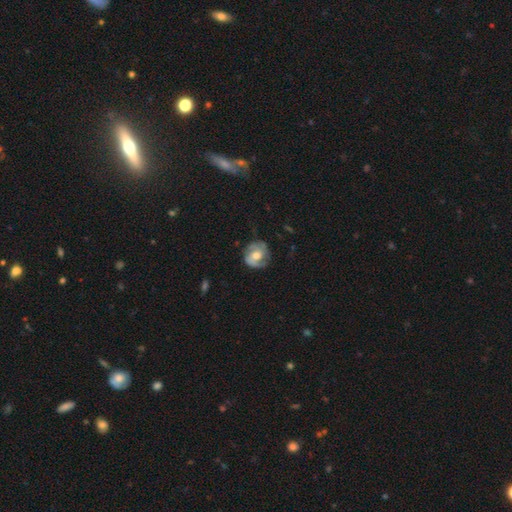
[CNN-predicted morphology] A featured or disk galaxy (65%) with no bar (61%), 2 (60%) tight (42%, tied with medium) spiral arms (87%) and a moderate central bulge (69%).

Vote fractions:
- Smooth or featured? featured or disk: 65% / smooth: 28% / star or artifact: 7%
- Edge-on disk? no: 97% / yes: 3%
- Bar? no: 61% / weak: 31% / strong: 8%
- Spiral arms? yes: 87% / no: 13%
- Spiral winding? tight: 42% (tied) / medium: 42% (tied) / loose: 16%
- Spiral arm count? 2: 60% / can't tell: 17% / 3: 13% / 1: 5% / 4: 3% / more than 4: 2%
- Bulge size? moderate: 69% / large: 14% / small: 14% / none: 2% / dominant: 1%
- Merging? none: 71% / minor disturbance: 20% / major disturbance: 8% / merger: 1%